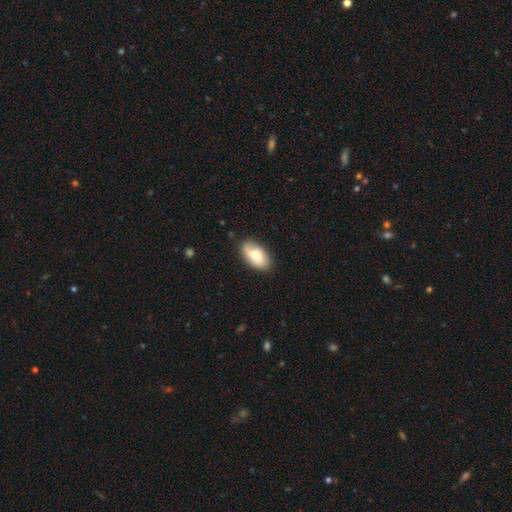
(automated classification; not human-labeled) A smooth galaxy with no disk features (69%) that is in between round and cigar-shaped (94%). Merging: none (75%).